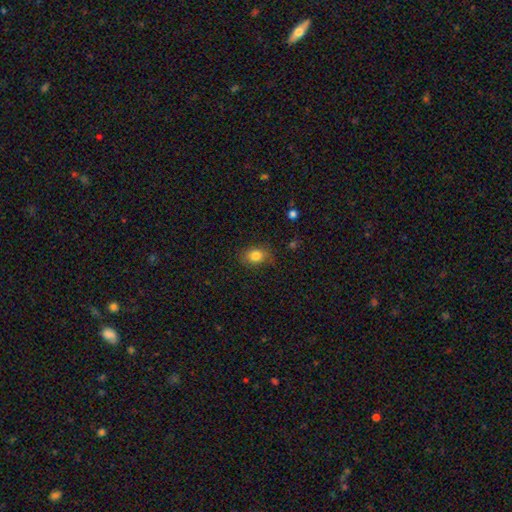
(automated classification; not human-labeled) A smooth galaxy with no disk features (82%) that is in between round and cigar-shaped (62%). Merging: none (79%).